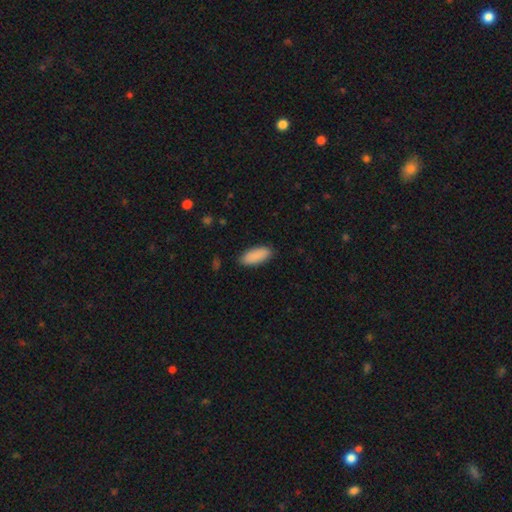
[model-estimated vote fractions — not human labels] Smooth or featured?
  - smooth: 90% *
  - star or artifact: 6%
  - featured or disk: 4%
How rounded?
  - in between: 83% *
  - cigar-shaped: 16%
  - round: 2%
Merging?
  - none: 88% *
  - minor disturbance: 9%
  - major disturbance: 2%
  - merger: 1%